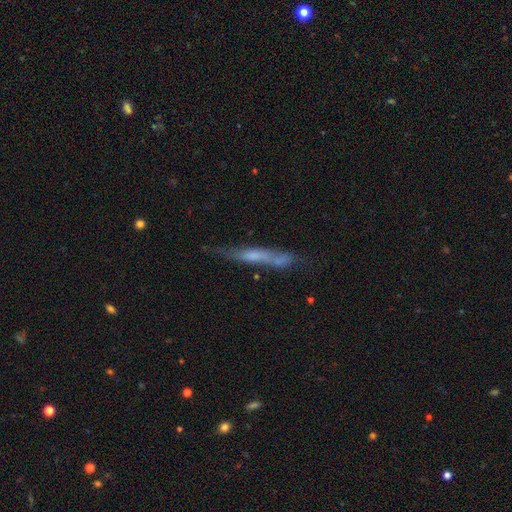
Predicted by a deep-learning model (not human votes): A featured or disk galaxy (48%). Merging: none (53%).